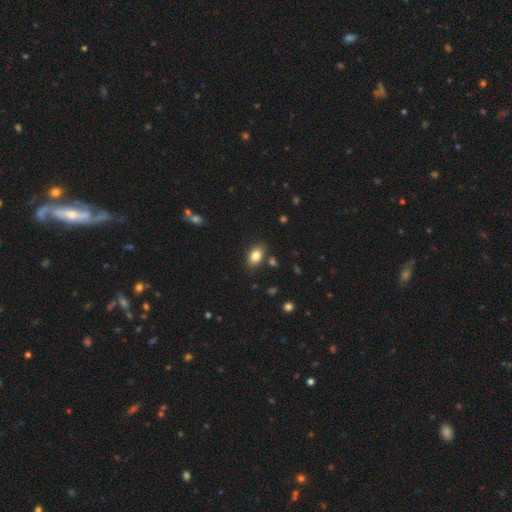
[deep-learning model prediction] smooth-or-featured: smooth: 82% | star or artifact: 9% | featured or disk: 9%
  how-rounded: in between: 84% | round: 14% | cigar-shaped: 2%
  merging: none: 81% | minor disturbance: 12% | merger: 4% | major disturbance: 3%